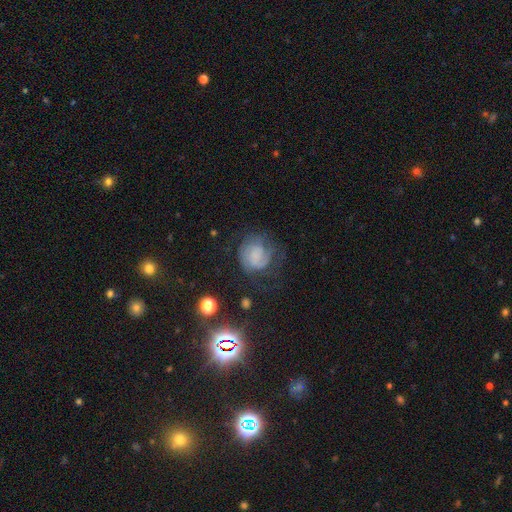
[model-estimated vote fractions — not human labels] Smooth or featured: featured or disk — 56% (smooth — 33%)
Edge-on disk: no — 98% (yes — 2%)
Bar: no — 65% (weak — 28%)
Spiral arms: yes — 81% (no — 19%)
Bulge size: none — 54% (small — 24%)
Merging: none — 53% (major disturbance — 24%)